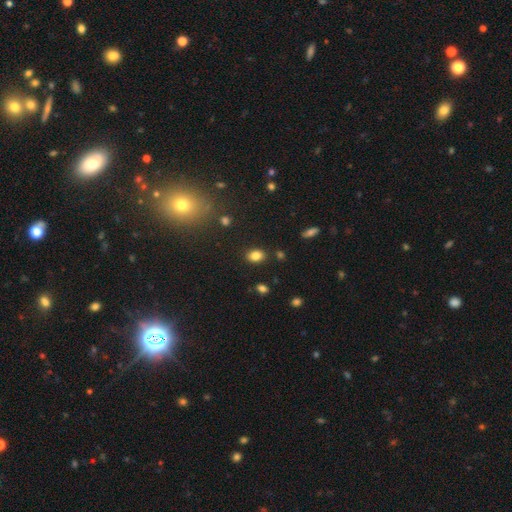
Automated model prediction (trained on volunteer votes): This is clearly a smooth galaxy (83%). How rounded: likely in between (75%). Merging: clearly none (84%).